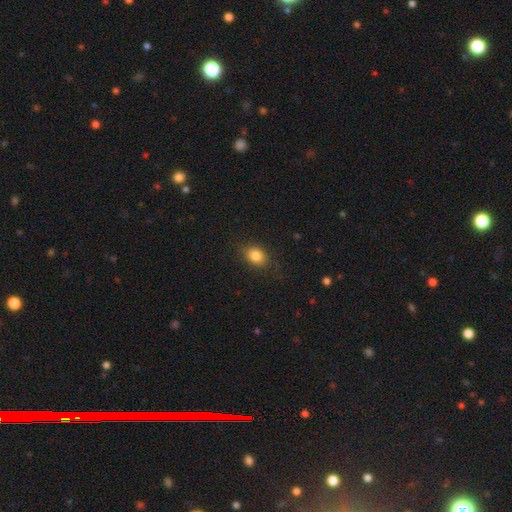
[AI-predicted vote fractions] smooth 84%, star or artifact 9%, featured or disk 7%. Down the decision tree: how rounded — in between (60%); merging — none (82%).